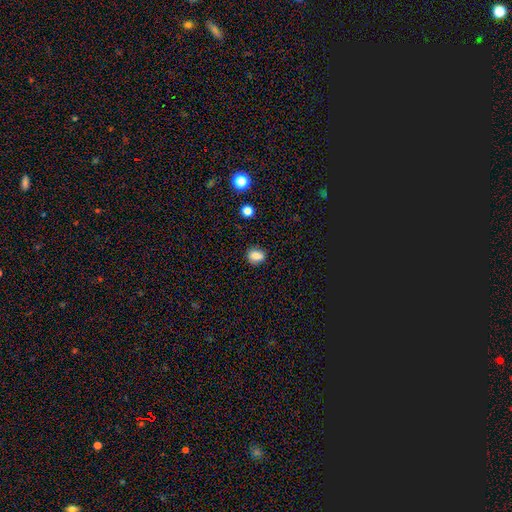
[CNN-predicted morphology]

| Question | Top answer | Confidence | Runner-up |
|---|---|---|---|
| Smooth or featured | smooth | 82% | star or artifact (11%) |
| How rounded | in between | 51% | round (48%) |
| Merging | none | 81% | minor disturbance (14%) |